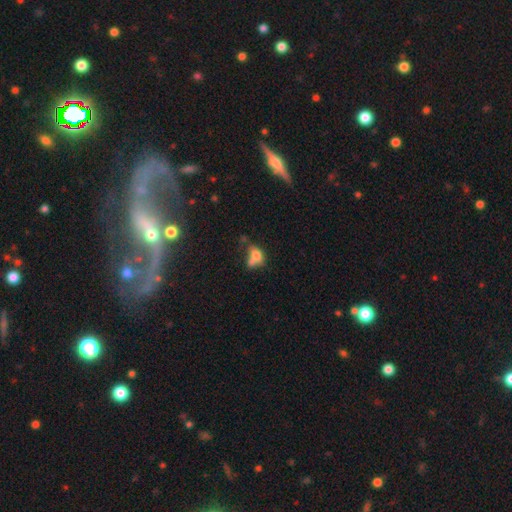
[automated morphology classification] Smooth or featured?
  - smooth: 65% *
  - featured or disk: 22%
  - star or artifact: 12%
How rounded?
  - in between: 75% *
  - round: 19%
  - cigar-shaped: 5%
Merging?
  - merger: 43% *
  - none: 25%
  - minor disturbance: 17%
  - major disturbance: 15%